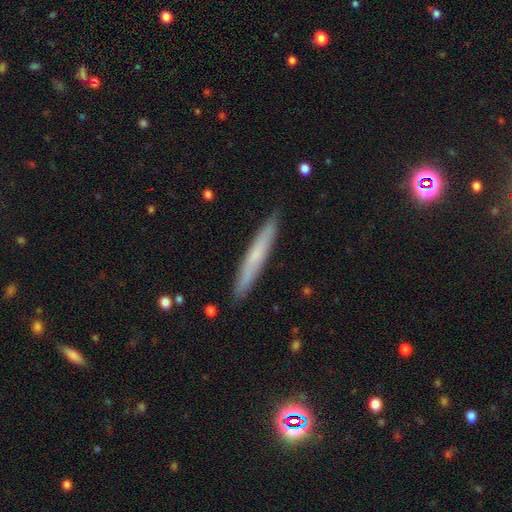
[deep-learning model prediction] A smooth galaxy with no disk features (58%) that is cigar-shaped (95%).

Vote fractions:
- Smooth or featured? smooth: 58% / featured or disk: 35% / star or artifact: 7%
- How rounded? cigar-shaped: 95% / in between: 3% / round: 1%
- Merging? none: 90% / minor disturbance: 7% / major disturbance: 1% / merger: 1%